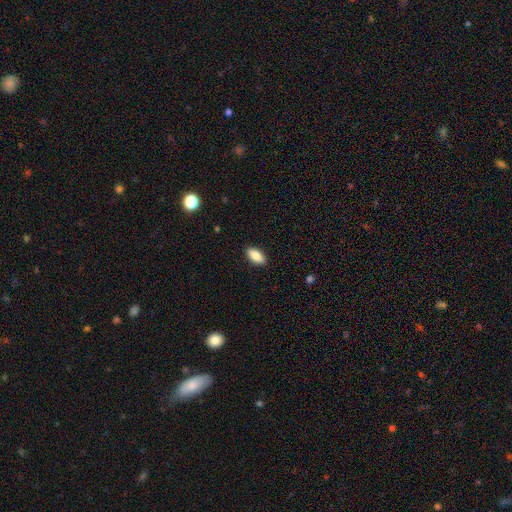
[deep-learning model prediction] Q: Smooth or featured?
A: smooth (88%); runner-up: star or artifact (7%)
Q: How rounded?
A: in between (91%); runner-up: cigar-shaped (6%)
Q: Merging?
A: none (90%); runner-up: minor disturbance (7%)